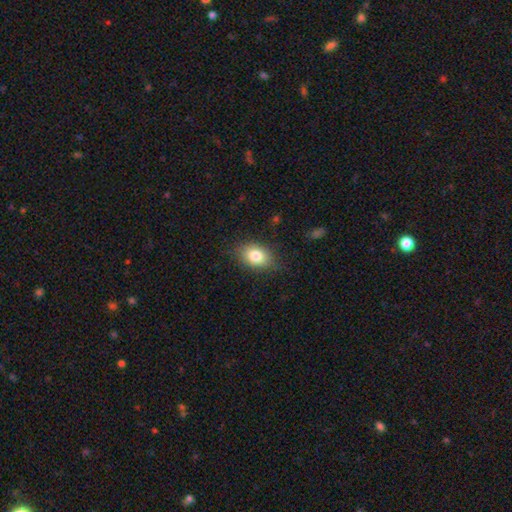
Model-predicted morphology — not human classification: Smooth or featured: smooth — 82% (featured or disk — 10%)
How rounded: in between — 80% (round — 19%)
Merging: none — 80% (minor disturbance — 15%)